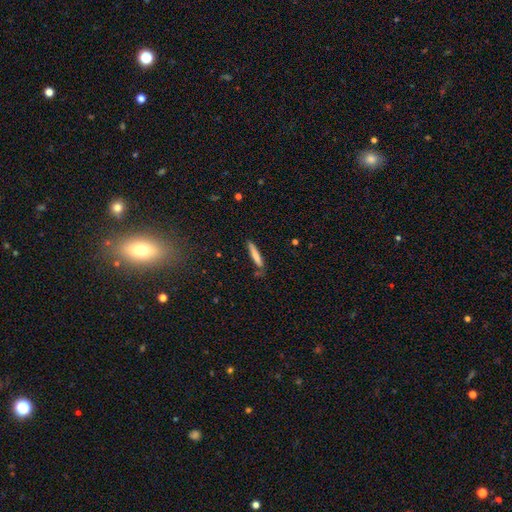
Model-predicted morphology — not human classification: This is likely a smooth galaxy (71%). How rounded: clearly cigar-shaped (92%). Merging: likely none (79%).